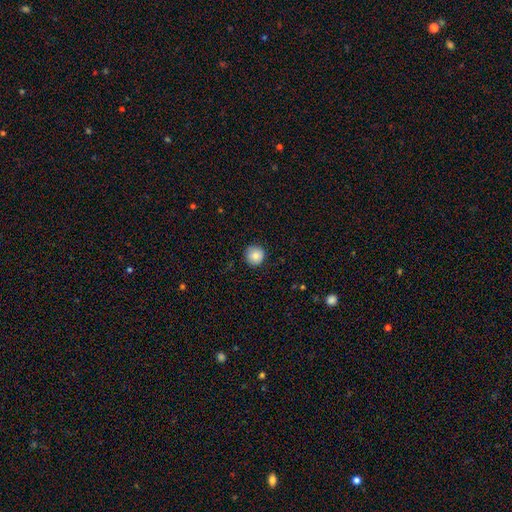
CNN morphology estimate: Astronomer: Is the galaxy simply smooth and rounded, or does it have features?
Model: smooth — 86%.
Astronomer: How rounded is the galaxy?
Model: round — 95%.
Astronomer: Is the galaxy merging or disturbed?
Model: none — 90%.